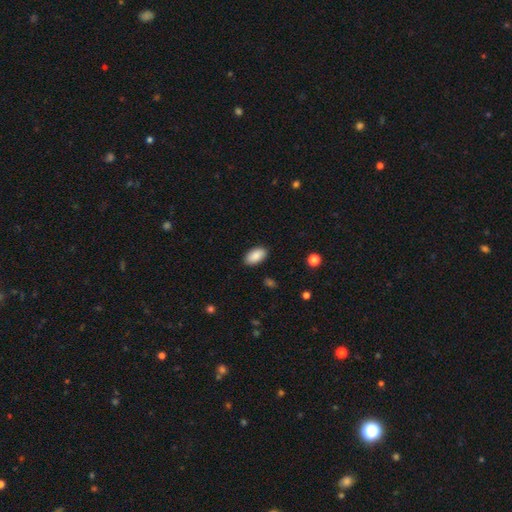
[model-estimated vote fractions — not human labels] Smooth or featured?
  - smooth: 89% *
  - star or artifact: 7%
  - featured or disk: 5%
How rounded?
  - in between: 94% *
  - round: 3%
  - cigar-shaped: 2%
Merging?
  - none: 89% *
  - minor disturbance: 8%
  - major disturbance: 2%
  - merger: 1%